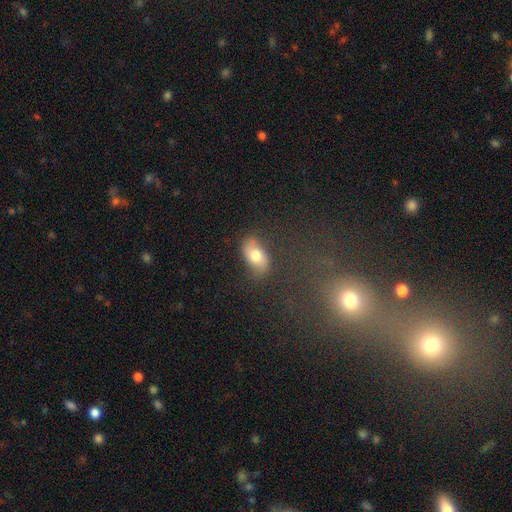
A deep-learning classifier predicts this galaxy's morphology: This is likely a smooth galaxy (67%). How rounded: clearly in between (89%). Merging: likely none (74%).